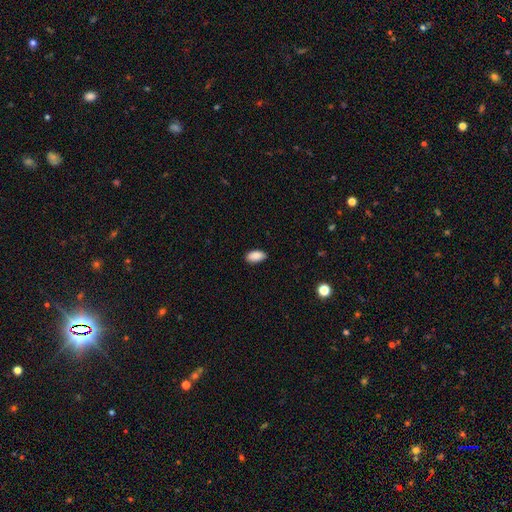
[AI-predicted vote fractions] Q: Smooth or featured?
A: smooth (89%); runner-up: star or artifact (7%)
Q: How rounded?
A: in between (93%); runner-up: cigar-shaped (3%)
Q: Merging?
A: none (87%); runner-up: minor disturbance (10%)